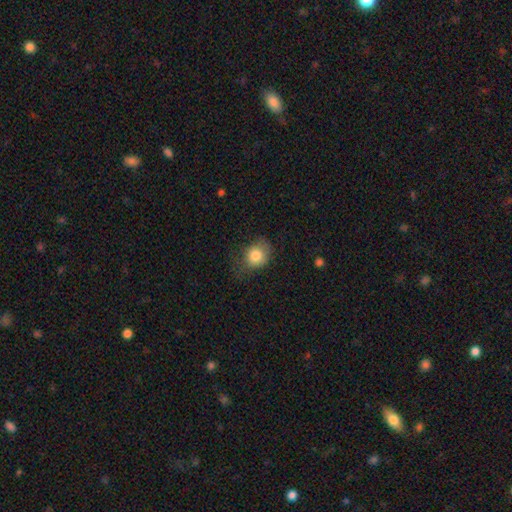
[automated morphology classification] Smooth or featured: smooth — 81% (featured or disk — 10%)
How rounded: round — 63% (in between — 37%)
Merging: none — 50% (minor disturbance — 32%)